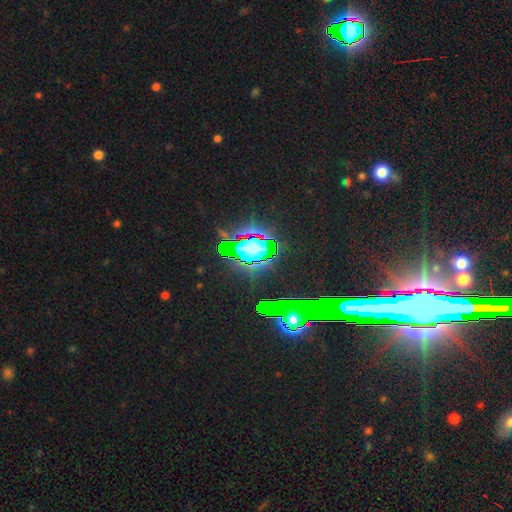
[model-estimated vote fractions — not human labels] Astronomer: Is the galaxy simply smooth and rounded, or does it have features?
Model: star or artifact — 66%.